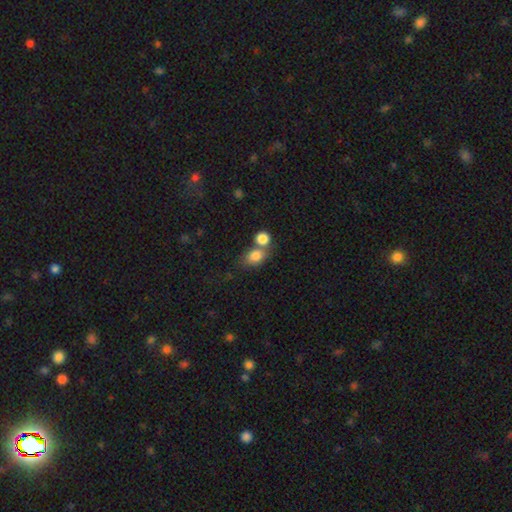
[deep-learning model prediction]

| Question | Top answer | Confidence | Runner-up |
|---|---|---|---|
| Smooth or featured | smooth | 81% | star or artifact (9%) |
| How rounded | in between | 60% | round (38%) |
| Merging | none | 44% | merger (41%) |